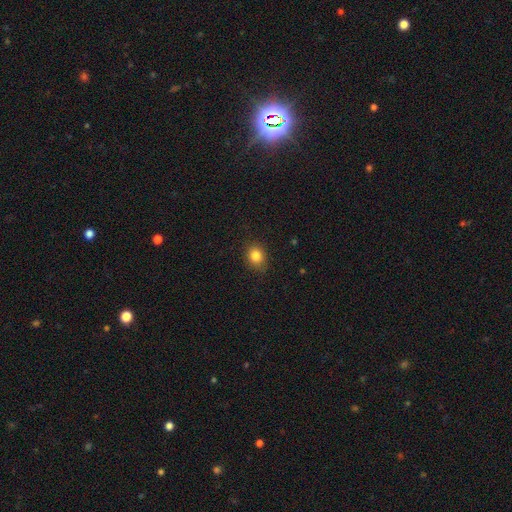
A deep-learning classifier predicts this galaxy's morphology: Smooth or featured: smooth — 84% (star or artifact — 11%)
How rounded: round — 58% (in between — 41%)
Merging: none — 87% (minor disturbance — 10%)